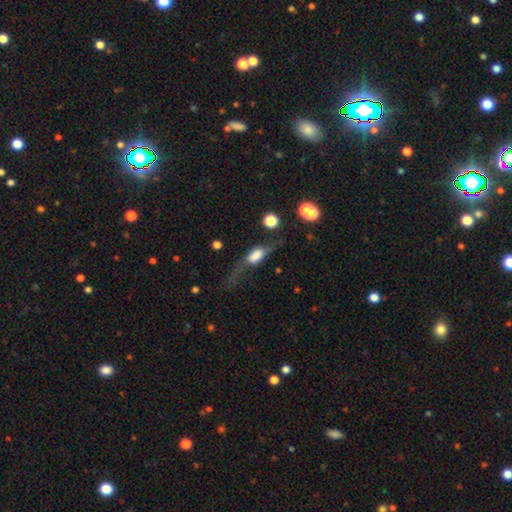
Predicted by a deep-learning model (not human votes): Smooth or featured? Predicted: smooth (p=0.45, tied with featured or disk). Merging? Predicted: none (p=0.36, tied with major disturbance).